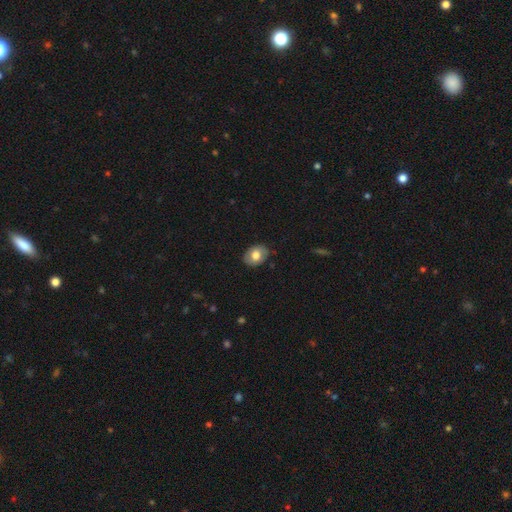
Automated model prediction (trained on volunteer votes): smooth_or_featured: smooth (p=0.69) [alt: featured or disk p=0.24]
how_rounded: in between (p=0.66) [alt: round p=0.33]
merging: none (p=0.83) [alt: minor disturbance p=0.13]